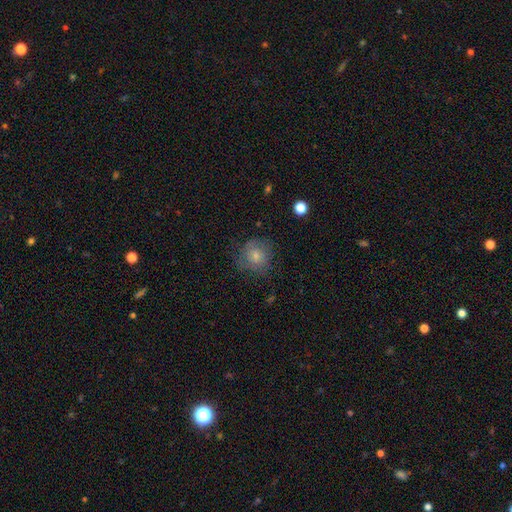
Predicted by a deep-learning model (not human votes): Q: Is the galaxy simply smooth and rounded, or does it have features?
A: smooth — 49%.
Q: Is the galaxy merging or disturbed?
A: none — 73%.